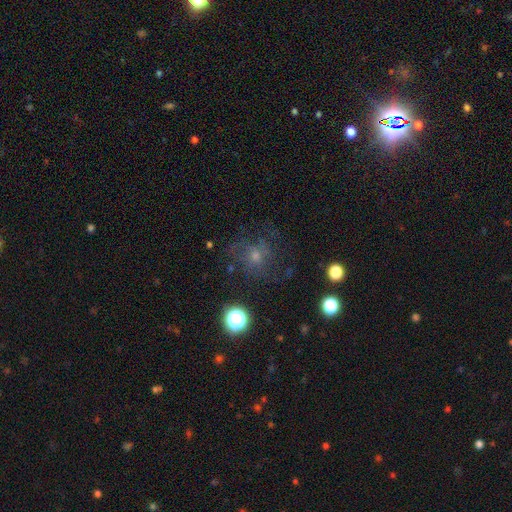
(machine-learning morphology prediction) smooth 46%, featured or disk 30%, star or artifact 23%. Down the decision tree: merging — none (61%).